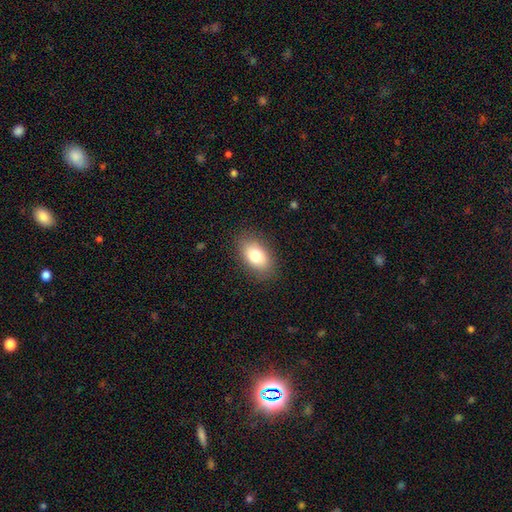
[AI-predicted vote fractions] Q: Smooth or featured?
A: smooth (79%); runner-up: featured or disk (13%)
Q: How rounded?
A: in between (88%); runner-up: round (10%)
Q: Merging?
A: none (85%); runner-up: minor disturbance (11%)